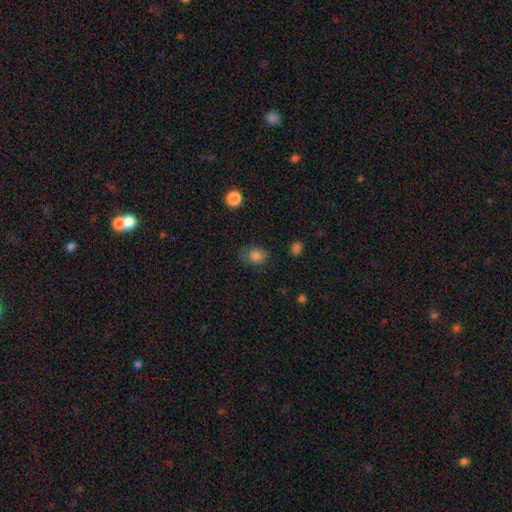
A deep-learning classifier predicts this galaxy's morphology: smooth-or-featured: smooth: 83% | star or artifact: 11% | featured or disk: 6%
  how-rounded: in between: 52% | round: 47% | cigar-shaped: 1%
  merging: none: 67% | minor disturbance: 24% | major disturbance: 8% | merger: 2%